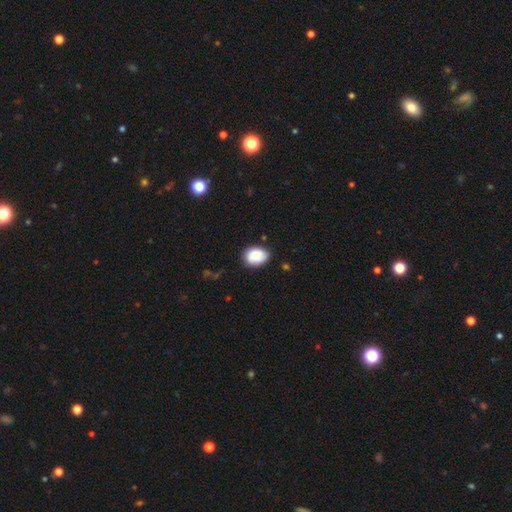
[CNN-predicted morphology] Smooth or featured: smooth — 86% (star or artifact — 7%)
How rounded: in between — 72% (round — 27%)
Merging: none — 74% (minor disturbance — 20%)